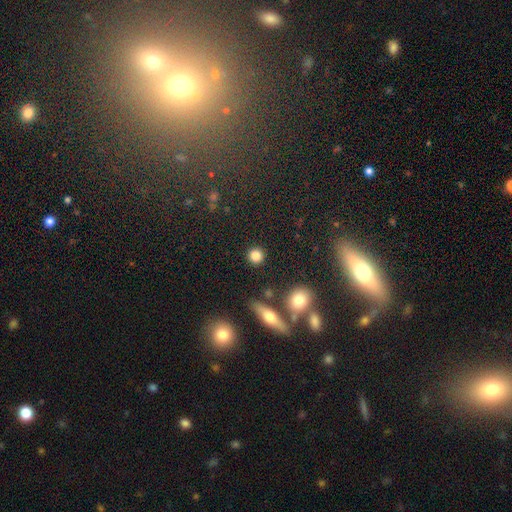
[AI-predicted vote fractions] smooth 83%, star or artifact 10%, featured or disk 7%. Down the decision tree: how rounded — round (91%); merging — none (89%).